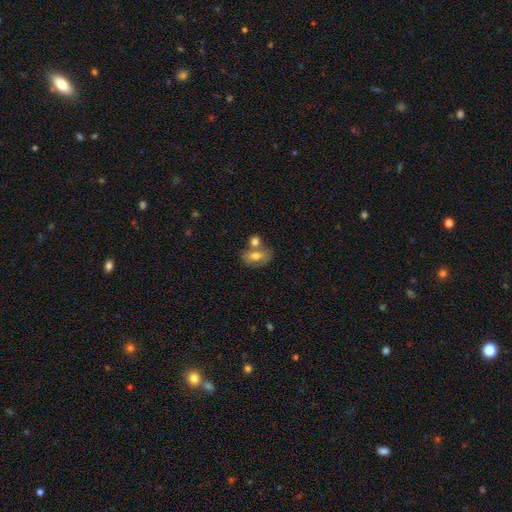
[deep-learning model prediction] This appears to be a smooth galaxy with no disk features (64%) that is in between round and cigar-shaped (81%). Merging: none (43%).